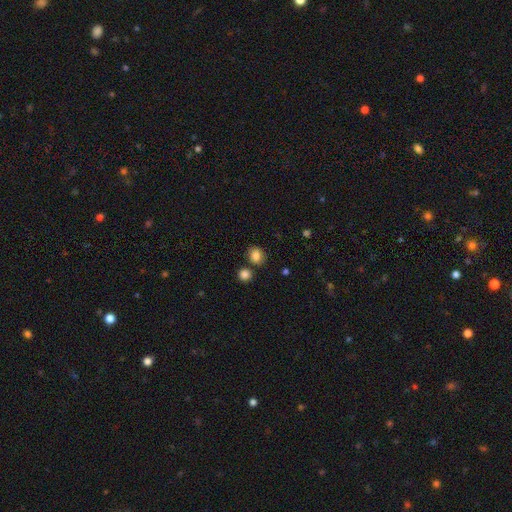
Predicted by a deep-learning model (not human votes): A smooth galaxy with no disk features (85%) that is round (60%).

Vote fractions:
- Smooth or featured? smooth: 85% / star or artifact: 10% / featured or disk: 5%
- How rounded? round: 60% / in between: 39% / cigar-shaped: 1%
- Merging? none: 73% / minor disturbance: 13% / merger: 10% / major disturbance: 4%